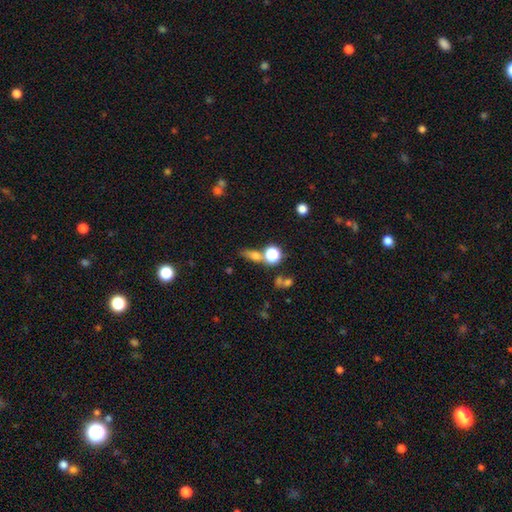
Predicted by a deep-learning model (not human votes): smooth 62%, star or artifact 23%, featured or disk 15%. Down the decision tree: how rounded — in between (42%); merging — none (56%).